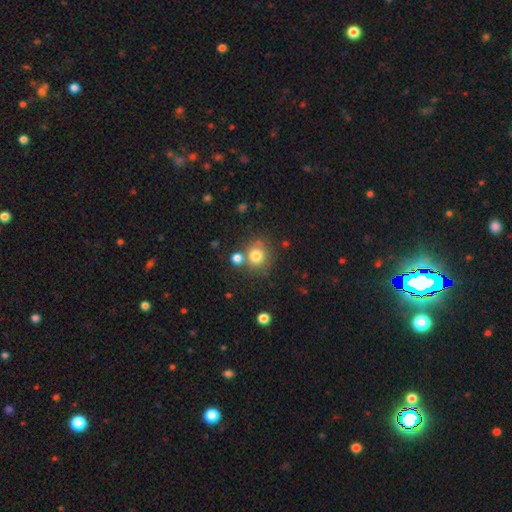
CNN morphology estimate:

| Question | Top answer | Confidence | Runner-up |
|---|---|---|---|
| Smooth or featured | smooth | 78% | star or artifact (13%) |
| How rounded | round | 86% | in between (13%) |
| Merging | none | 68% | merger (16%) |